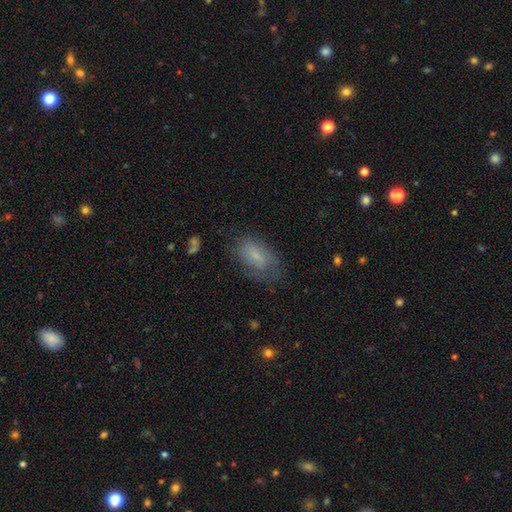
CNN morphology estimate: This is likely a smooth galaxy (70%). How rounded: clearly in between (89%). Merging: likely none (65%).